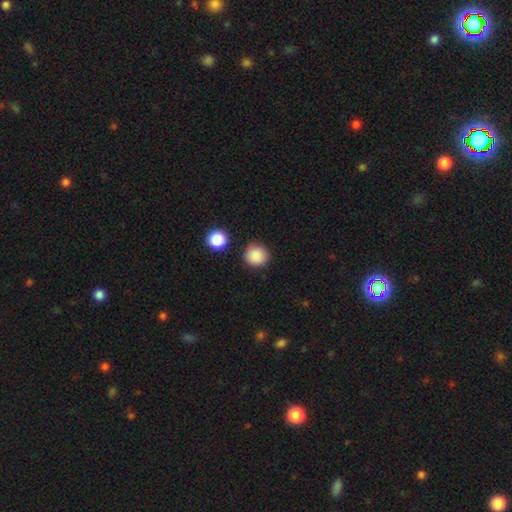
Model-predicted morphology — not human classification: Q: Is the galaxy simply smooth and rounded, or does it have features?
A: smooth — 87%.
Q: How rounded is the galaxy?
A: round — 92%.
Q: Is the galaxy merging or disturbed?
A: none — 86%.